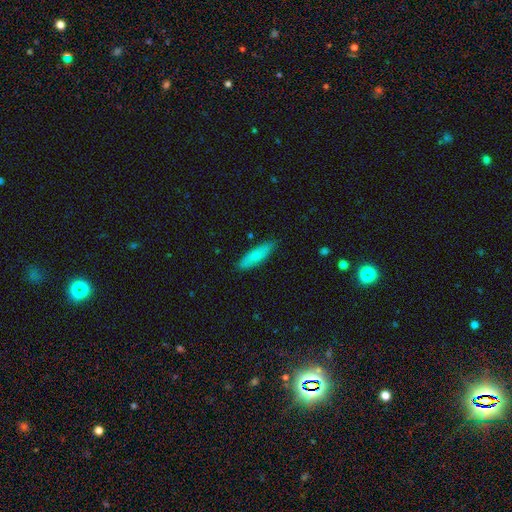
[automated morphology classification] Smooth or featured?
  - smooth: 78% *
  - featured or disk: 16%
  - star or artifact: 6%
How rounded?
  - cigar-shaped: 58% *
  - in between: 40%
  - round: 2%
Merging?
  - none: 83% *
  - minor disturbance: 14%
  - major disturbance: 2%
  - merger: 1%